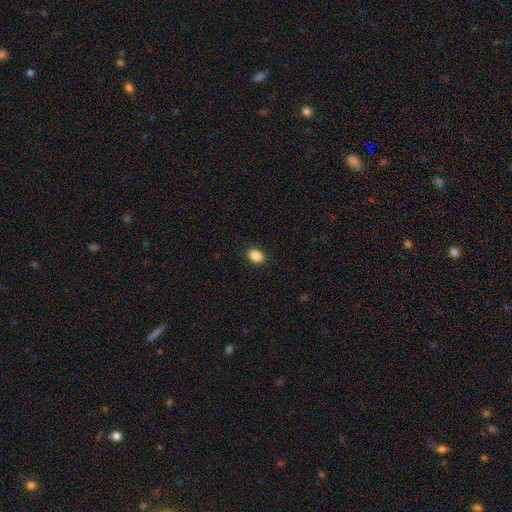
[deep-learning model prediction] Q: Smooth or featured?
A: smooth (88%); runner-up: star or artifact (9%)
Q: How rounded?
A: in between (78%); runner-up: round (21%)
Q: Merging?
A: none (90%); runner-up: minor disturbance (7%)